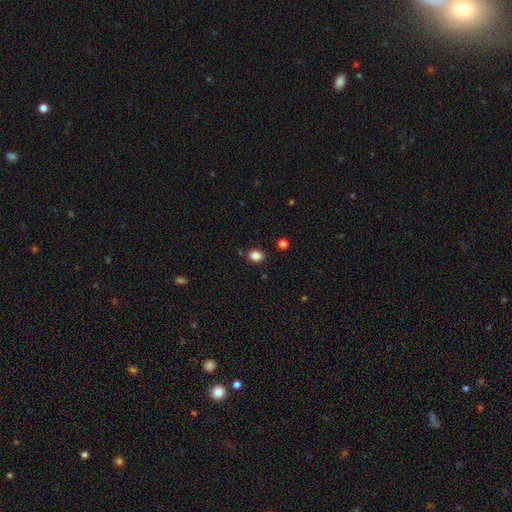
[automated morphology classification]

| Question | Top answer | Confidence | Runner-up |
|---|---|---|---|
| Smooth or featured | smooth | 85% | star or artifact (11%) |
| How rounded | in between | 57% | round (42%) |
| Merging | none | 86% | minor disturbance (9%) |